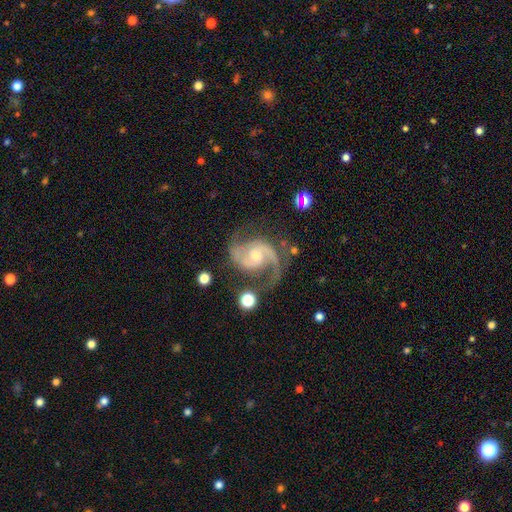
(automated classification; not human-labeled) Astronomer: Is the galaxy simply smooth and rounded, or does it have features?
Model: featured or disk — 91%.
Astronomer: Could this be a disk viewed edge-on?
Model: no — 98%.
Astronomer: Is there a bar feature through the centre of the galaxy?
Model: no — 52% (runner-up: weak, 38%).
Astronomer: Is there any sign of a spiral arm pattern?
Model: yes — 98%.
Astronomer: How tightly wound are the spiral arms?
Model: medium — 60%.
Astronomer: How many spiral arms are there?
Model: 2 — 90%.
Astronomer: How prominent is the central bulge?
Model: moderate — 51% (runner-up: small, 44%).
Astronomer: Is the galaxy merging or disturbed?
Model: none — 69%.